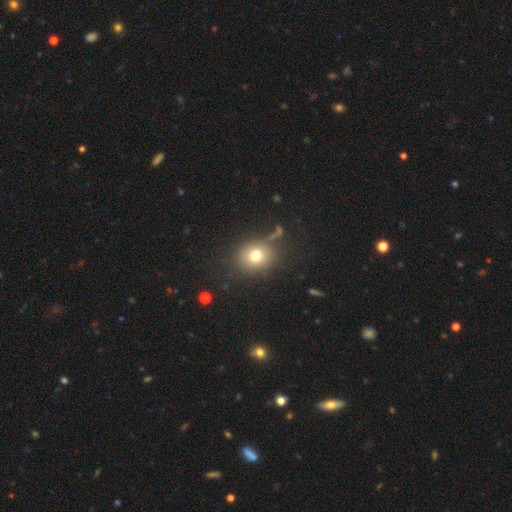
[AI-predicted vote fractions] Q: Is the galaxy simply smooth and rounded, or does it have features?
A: smooth — 75%.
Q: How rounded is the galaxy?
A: round — 60%.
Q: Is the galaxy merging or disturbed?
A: none — 75%.